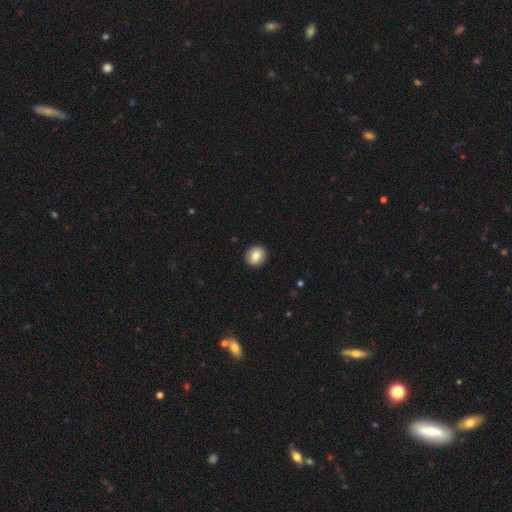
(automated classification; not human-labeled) Morphology: type=smooth (82%); roundness=round (76%); merging=none (91%).